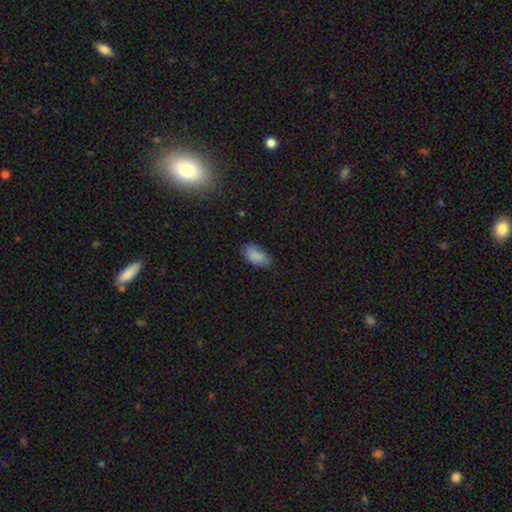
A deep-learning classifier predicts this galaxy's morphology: smooth 87%, star or artifact 8%, featured or disk 6%. Down the decision tree: how rounded — in between (94%); merging — none (72%).